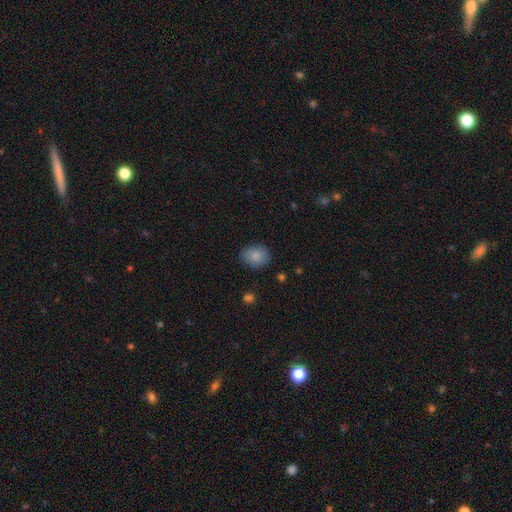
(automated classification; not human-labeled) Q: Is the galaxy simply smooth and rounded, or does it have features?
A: smooth — 86%.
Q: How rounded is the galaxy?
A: in between — 62%.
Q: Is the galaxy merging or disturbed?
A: none — 83%.